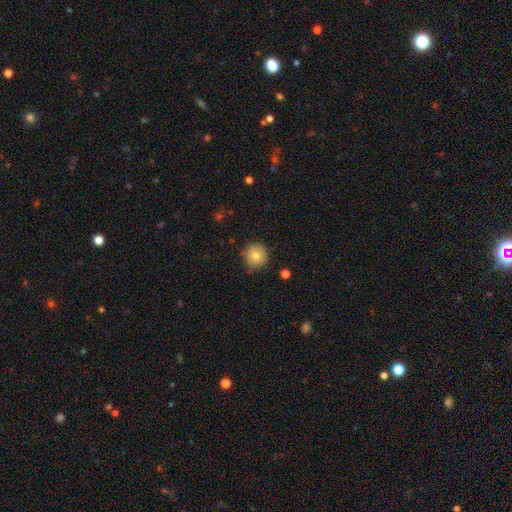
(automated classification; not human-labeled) smooth_or_featured: smooth (p=0.78) [alt: featured or disk p=0.13]
how_rounded: round (p=0.94) [alt: in between p=0.05]
merging: none (p=0.83) [alt: minor disturbance p=0.14]